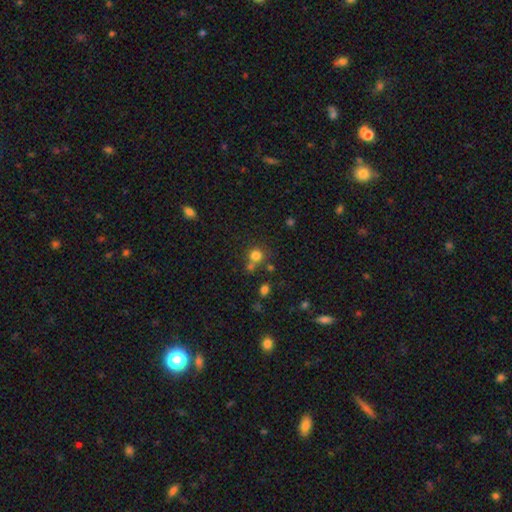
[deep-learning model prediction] This appears to be a smooth galaxy with no disk features (77%) that is round (88%). Merging: none (59%).